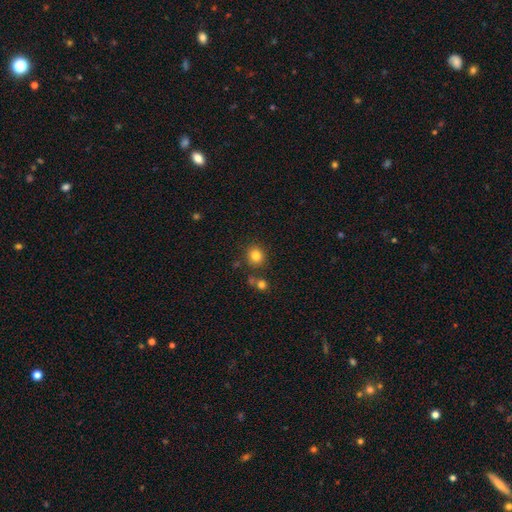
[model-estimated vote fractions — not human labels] The model was most divided on "smooth or featured": smooth: 82%, star or artifact: 12%, featured or disk: 6%. More confident: how rounded — round (85%); merging — none (80%).